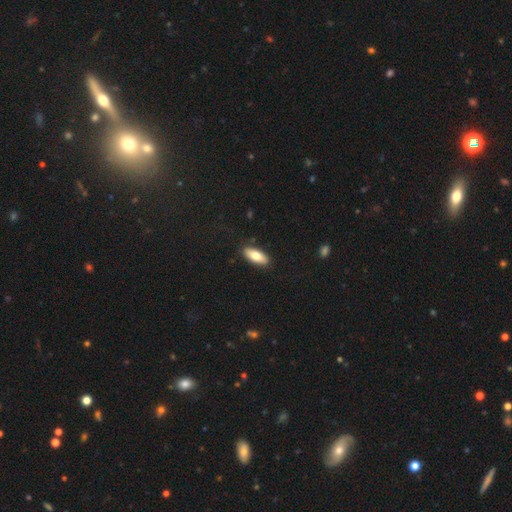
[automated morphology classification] smooth-or-featured: smooth: 77% | featured or disk: 17% | star or artifact: 6%
  how-rounded: in between: 79% | cigar-shaped: 19% | round: 2%
  merging: none: 88% | minor disturbance: 9% | major disturbance: 2% | merger: 1%